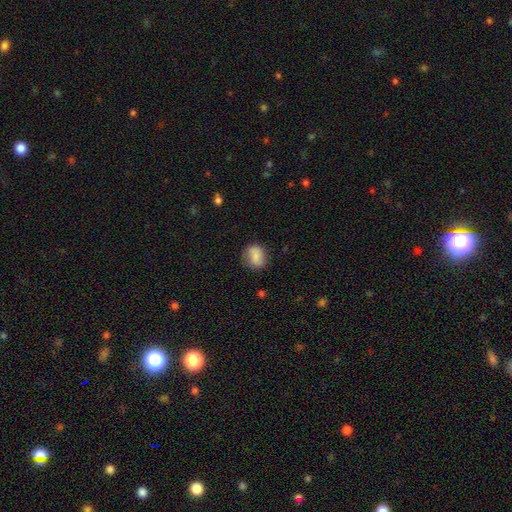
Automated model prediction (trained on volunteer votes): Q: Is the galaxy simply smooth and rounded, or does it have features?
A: smooth — 82%.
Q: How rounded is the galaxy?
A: round — 56%.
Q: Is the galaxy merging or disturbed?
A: none — 75%.